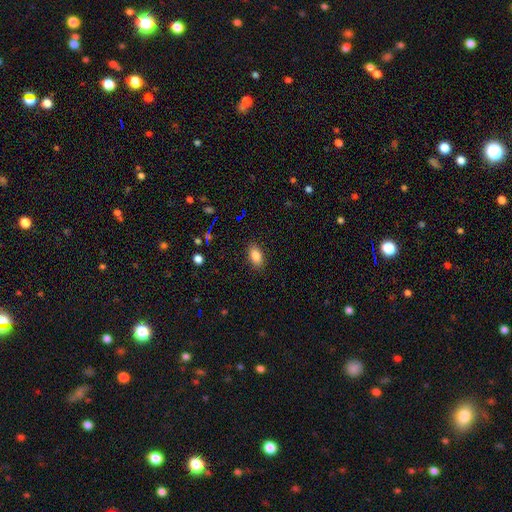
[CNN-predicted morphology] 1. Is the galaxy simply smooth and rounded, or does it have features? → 85% smooth, 9% star or artifact, 6% featured or disk.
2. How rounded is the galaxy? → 91% in between, 6% round, 4% cigar-shaped.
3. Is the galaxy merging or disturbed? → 88% none, 9% minor disturbance, 2% major disturbance, 1% merger.